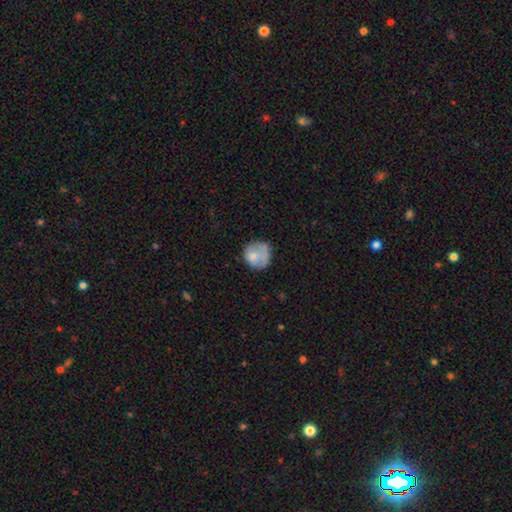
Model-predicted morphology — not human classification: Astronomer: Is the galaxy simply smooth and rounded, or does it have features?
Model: smooth — 72%.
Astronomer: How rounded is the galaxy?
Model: round — 80%.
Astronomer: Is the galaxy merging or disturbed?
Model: none — 54%.